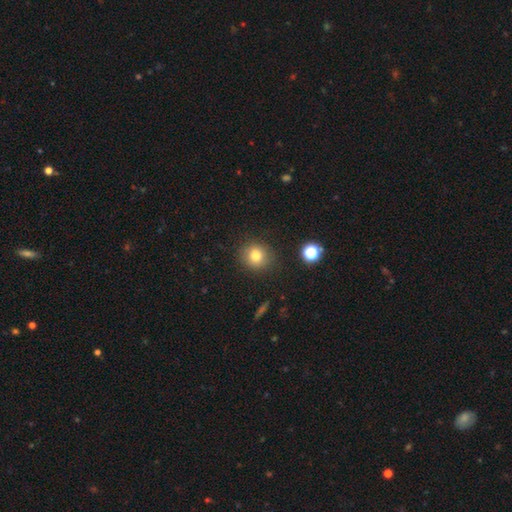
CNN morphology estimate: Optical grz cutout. It shows a smooth galaxy with no disk features (80%) that is round (85%). Merging: none (86%).